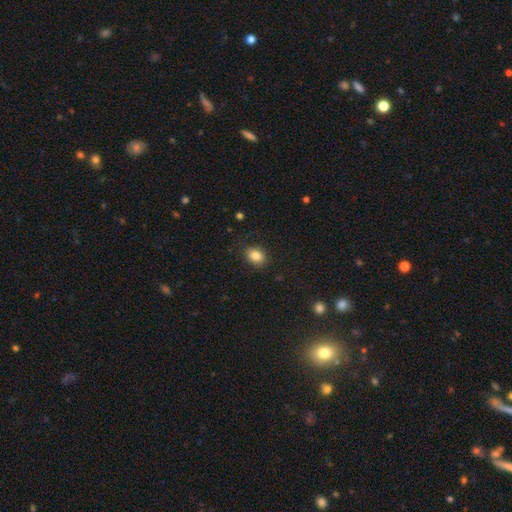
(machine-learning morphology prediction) Smooth or featured? smooth (84%)
How rounded? in between (63%)
Merging? none (84%)